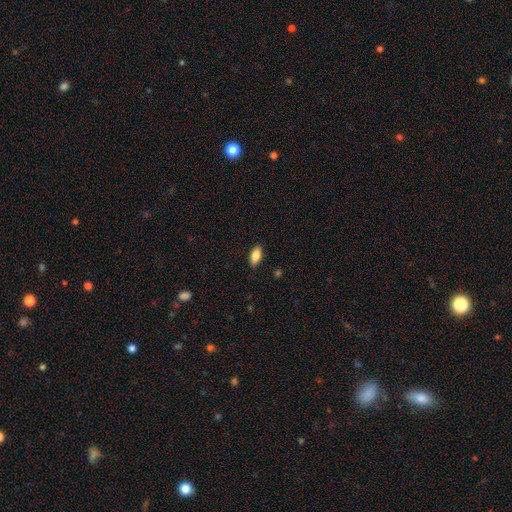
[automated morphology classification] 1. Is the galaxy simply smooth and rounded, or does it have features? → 82% smooth, 11% featured or disk, 7% star or artifact.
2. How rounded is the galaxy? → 85% in between, 13% cigar-shaped, 2% round.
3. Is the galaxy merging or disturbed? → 87% none, 10% minor disturbance, 2% major disturbance, 1% merger.